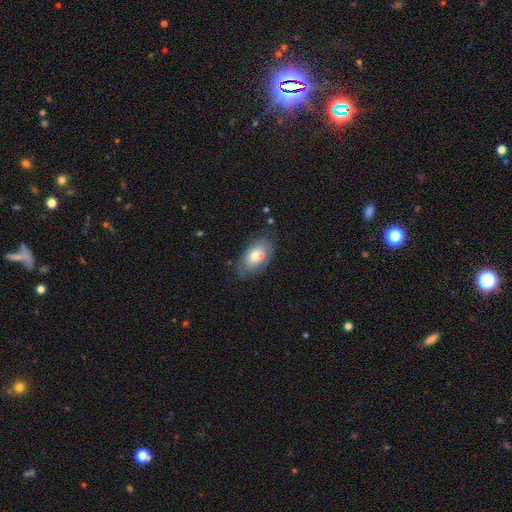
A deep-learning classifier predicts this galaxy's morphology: Smooth or featured? smooth (65%)
How rounded? in between (91%)
Merging? none (60%)